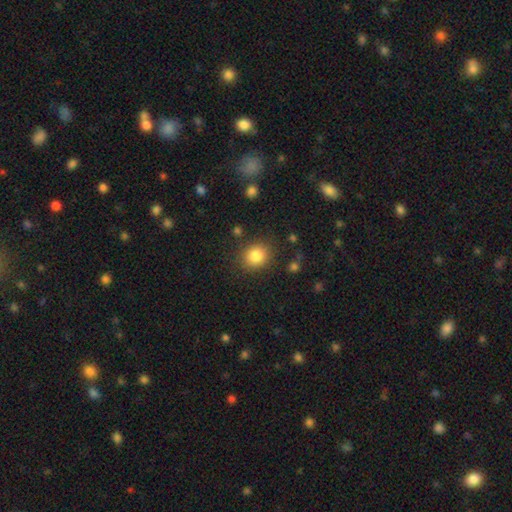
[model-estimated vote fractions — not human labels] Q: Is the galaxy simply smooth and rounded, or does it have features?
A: smooth — 84%.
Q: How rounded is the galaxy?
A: round — 78%.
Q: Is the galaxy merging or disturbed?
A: none — 85%.